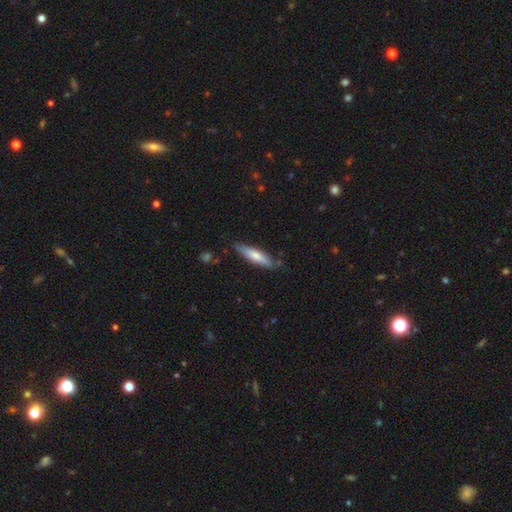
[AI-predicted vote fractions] Morphology: type=smooth (64%); roundness=cigar-shaped (77%); merging=none (80%).